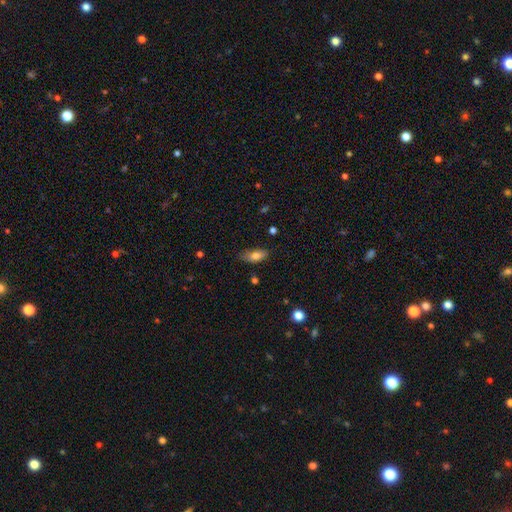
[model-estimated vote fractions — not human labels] A smooth galaxy with no disk features (77%) that is in between round and cigar-shaped (79%). Merging: none (74%).